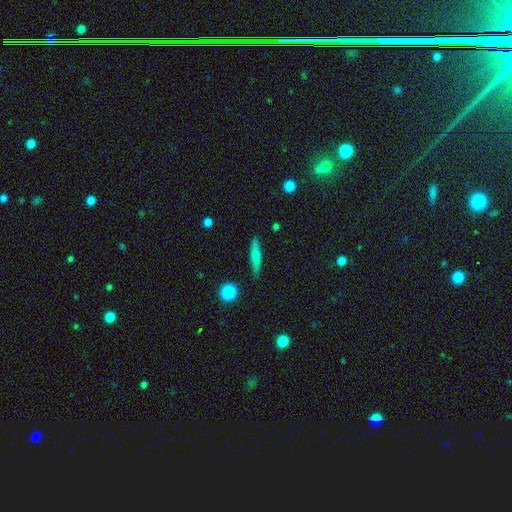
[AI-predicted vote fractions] A smooth galaxy with no disk features (67%) that is cigar-shaped (83%). Merging: none (86%).